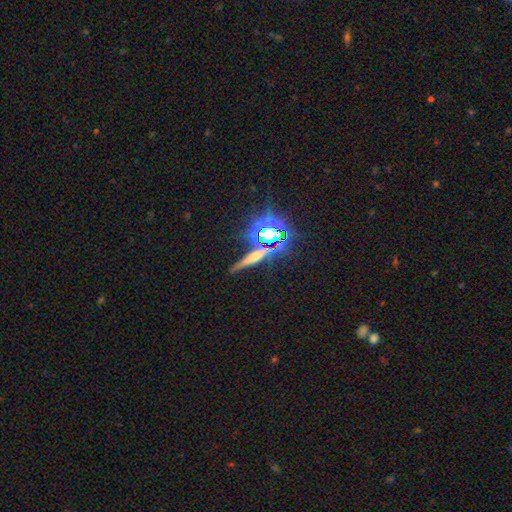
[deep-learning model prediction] This appears to be a featured or disk galaxy (37%, tied with star or artifact). Merging: none (79%).